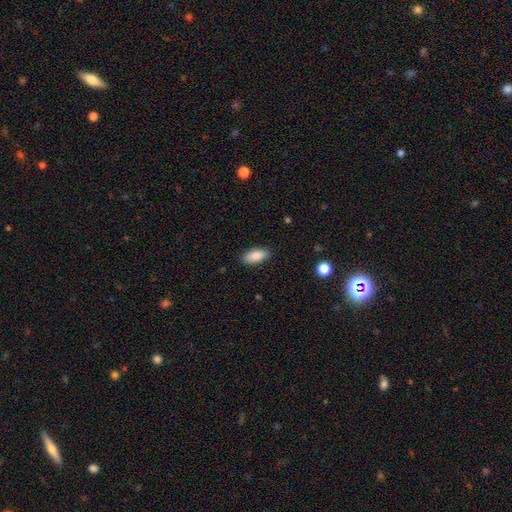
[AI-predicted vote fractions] Q: Smooth or featured?
A: smooth (87%); runner-up: star or artifact (7%)
Q: How rounded?
A: in between (87%); runner-up: cigar-shaped (11%)
Q: Merging?
A: none (87%); runner-up: minor disturbance (9%)